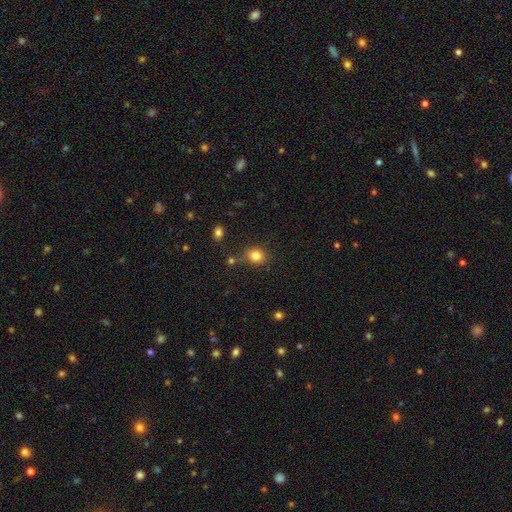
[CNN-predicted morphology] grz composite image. It shows a smooth galaxy with no disk features (82%) that is round (75%). Merging: none (77%).